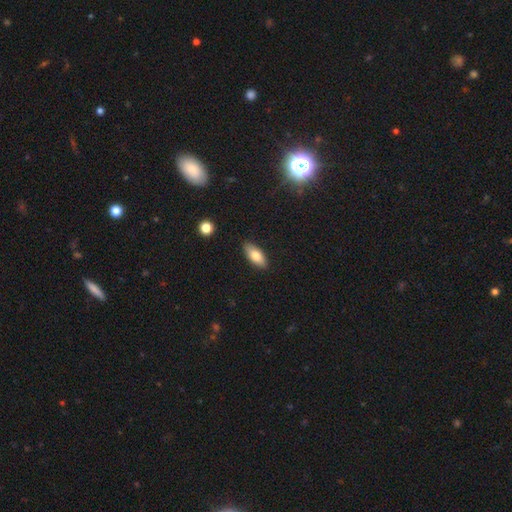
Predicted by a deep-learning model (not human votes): This is likely a smooth galaxy (78%). How rounded: clearly in between (83%). Merging: clearly none (88%).